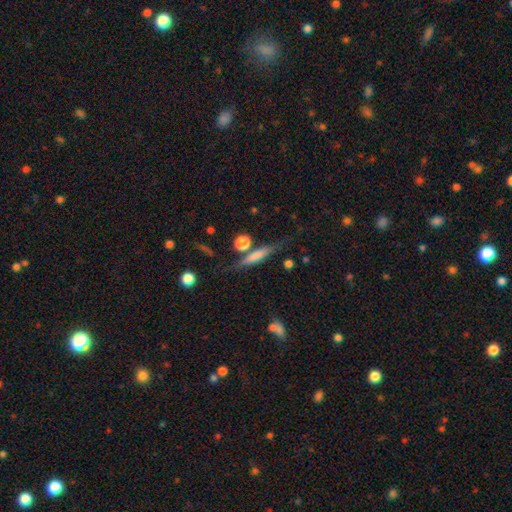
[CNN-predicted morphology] Smooth or featured: smooth — 51% (featured or disk — 41%)
How rounded: cigar-shaped — 79% (in between — 14%)
Merging: none — 70% (minor disturbance — 16%)